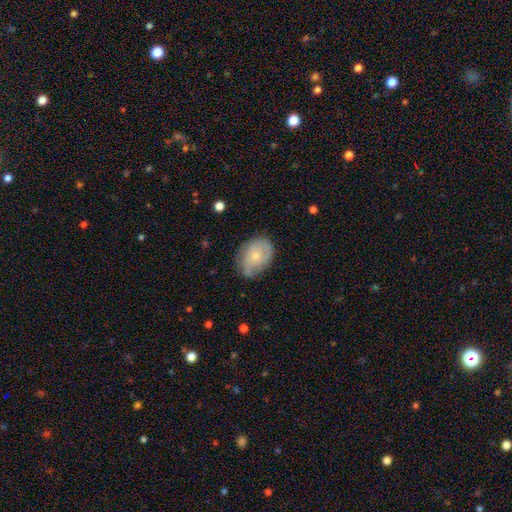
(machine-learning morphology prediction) The model was most divided on "smooth or featured": smooth: 52%, featured or disk: 41%, star or artifact: 7%. More confident: how rounded — in between (69%); merging — none (65%).